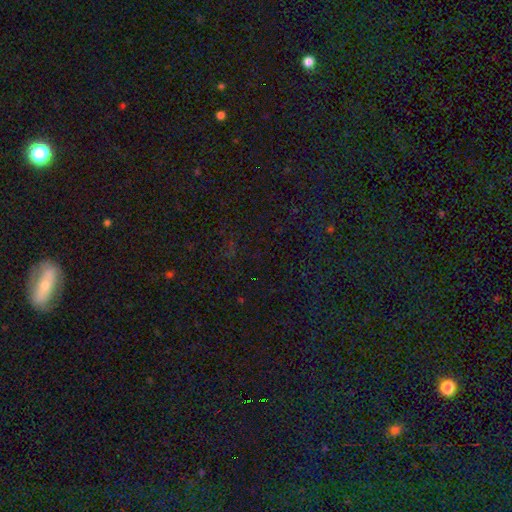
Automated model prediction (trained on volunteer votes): star or artifact 75%, smooth 18%, featured or disk 7%.